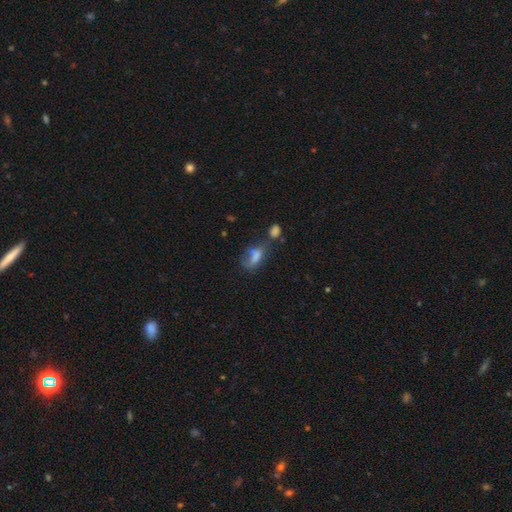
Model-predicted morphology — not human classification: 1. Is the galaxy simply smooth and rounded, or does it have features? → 58% smooth, 25% featured or disk, 17% star or artifact.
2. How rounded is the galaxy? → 78% in between, 12% cigar-shaped, 10% round.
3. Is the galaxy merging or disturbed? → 31% none, 29% merger, 20% major disturbance, 20% minor disturbance.